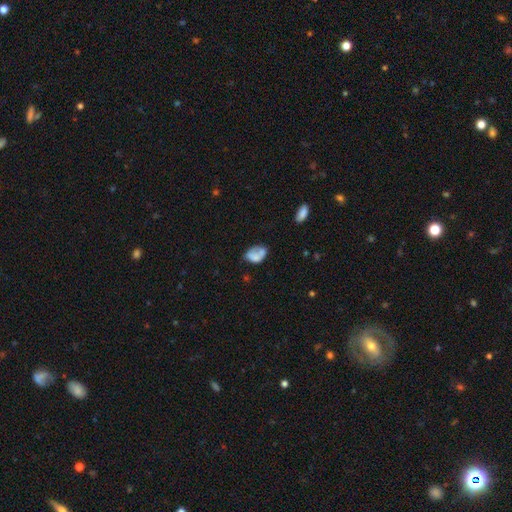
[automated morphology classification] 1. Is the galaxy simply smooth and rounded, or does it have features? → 63% smooth, 28% featured or disk, 9% star or artifact.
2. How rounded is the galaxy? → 81% in between, 17% round, 2% cigar-shaped.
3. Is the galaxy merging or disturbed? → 33% none, 27% merger, 24% minor disturbance, 16% major disturbance.